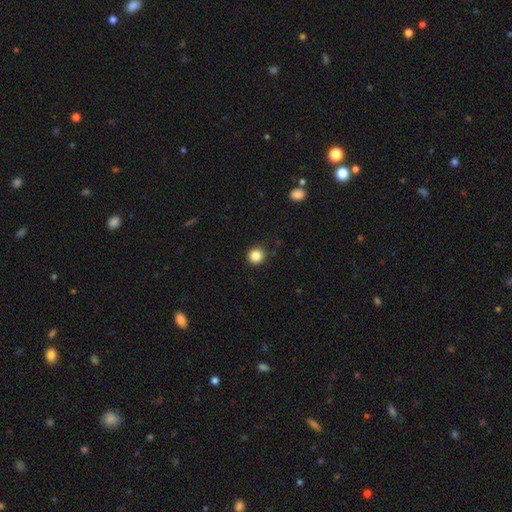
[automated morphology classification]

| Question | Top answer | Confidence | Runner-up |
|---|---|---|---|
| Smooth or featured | smooth | 85% | star or artifact (11%) |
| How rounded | round | 93% | in between (6%) |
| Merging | none | 88% | minor disturbance (8%) |